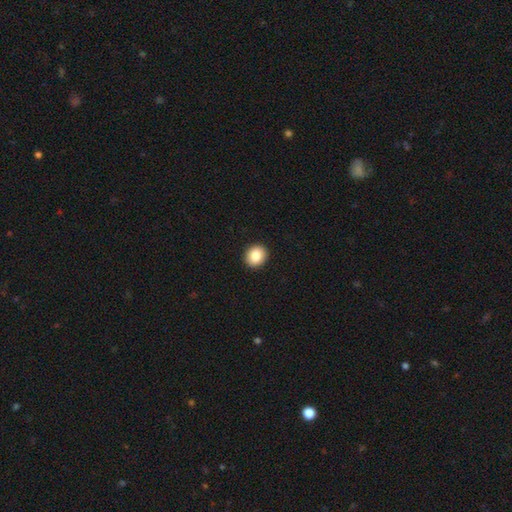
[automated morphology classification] type=smooth (85%); roundness=round (76%); merging=none (93%).